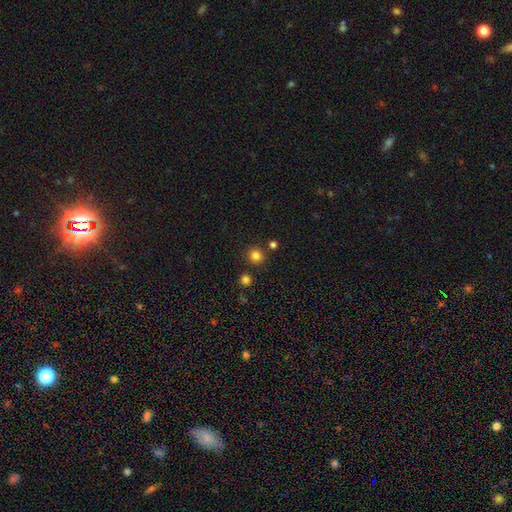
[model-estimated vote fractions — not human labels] Smooth or featured: smooth — 82% (star or artifact — 14%)
How rounded: round — 92% (in between — 7%)
Merging: none — 86% (minor disturbance — 6%)